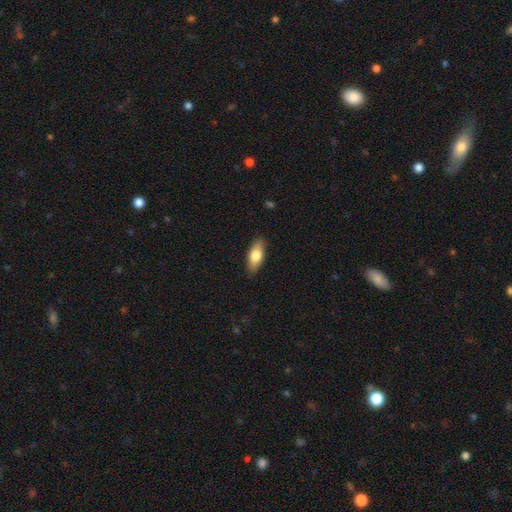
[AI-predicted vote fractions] This is likely a smooth galaxy (74%). How rounded: clearly in between (81%). Merging: clearly none (88%).